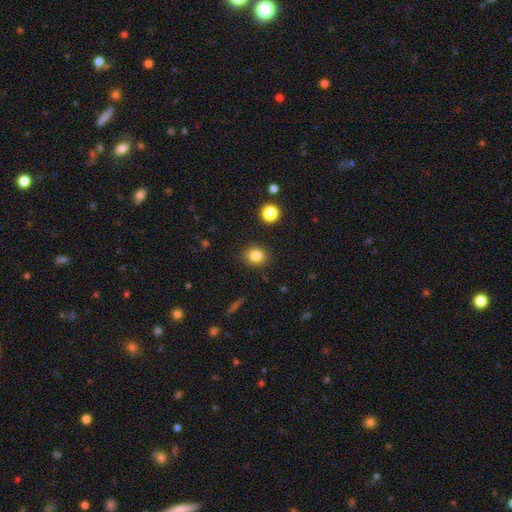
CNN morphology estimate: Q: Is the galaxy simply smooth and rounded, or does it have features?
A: smooth — 83%.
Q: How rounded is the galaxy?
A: round — 73%.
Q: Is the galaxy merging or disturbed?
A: none — 89%.